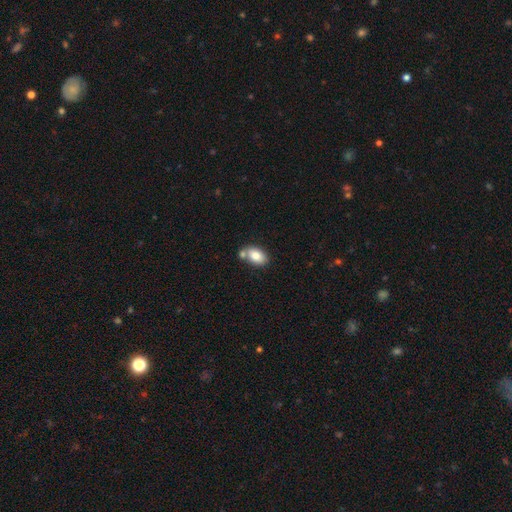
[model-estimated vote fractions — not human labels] Smooth or featured?
  - smooth: 80% *
  - featured or disk: 12%
  - star or artifact: 8%
How rounded?
  - in between: 88% *
  - round: 11%
  - cigar-shaped: 1%
Merging?
  - none: 56% *
  - merger: 27%
  - minor disturbance: 13%
  - major disturbance: 3%